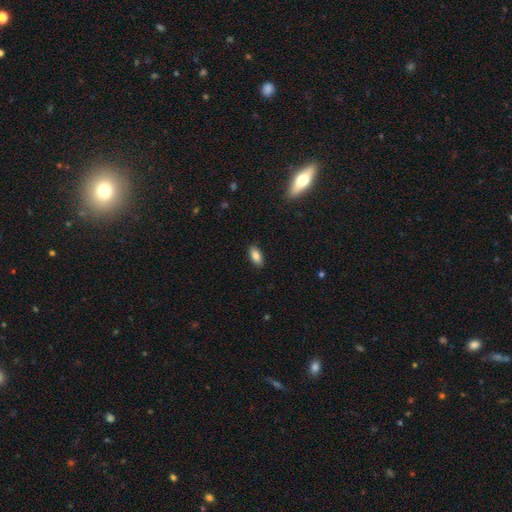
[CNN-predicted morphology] Smooth or featured?
  - smooth: 86% *
  - star or artifact: 8%
  - featured or disk: 6%
How rounded?
  - in between: 89% *
  - cigar-shaped: 8%
  - round: 3%
Merging?
  - none: 88% *
  - minor disturbance: 8%
  - major disturbance: 2%
  - merger: 1%